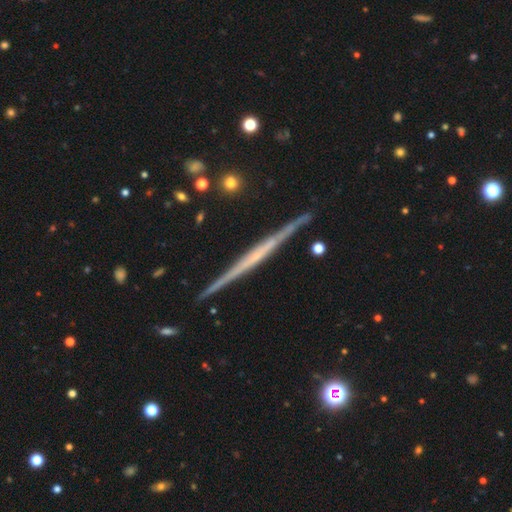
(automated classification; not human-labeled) Q: Smooth or featured?
A: featured or disk (75%); runner-up: smooth (19%)
Q: Edge-on disk?
A: yes (98%); runner-up: no (2%)
Q: Edge-on bulge?
A: none (79%); runner-up: rounded (13%)
Q: Merging?
A: none (90%); runner-up: minor disturbance (7%)